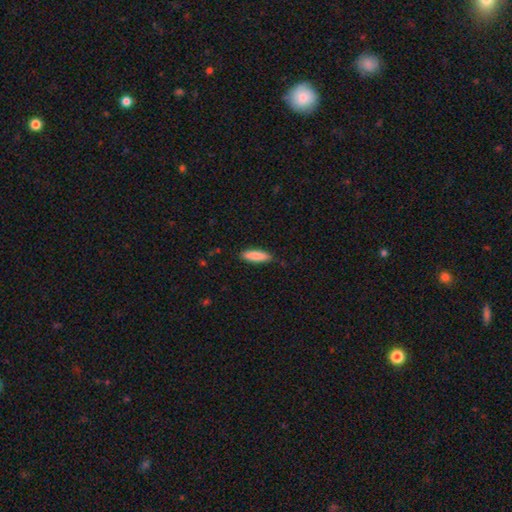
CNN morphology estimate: smooth_or_featured: smooth (p=0.88) [alt: featured or disk p=0.07]
how_rounded: cigar-shaped (p=0.57) [alt: in between p=0.42]
merging: none (p=0.87) [alt: minor disturbance p=0.10]